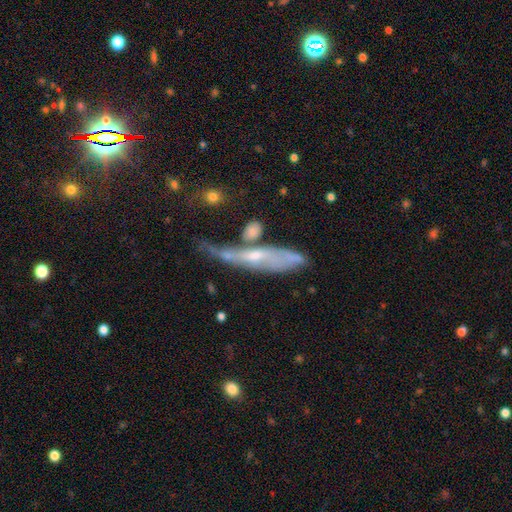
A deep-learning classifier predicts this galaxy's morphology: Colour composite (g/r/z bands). It shows a featured or disk galaxy (59%). Merging: none (29%).